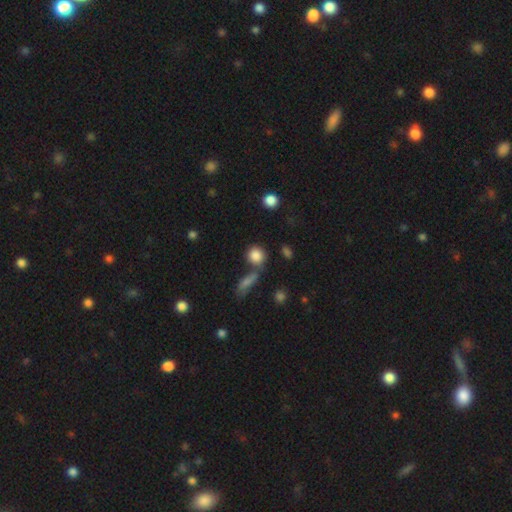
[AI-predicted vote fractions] This appears to be a smooth galaxy with no disk features (84%) that is round (78%). Merging: none (59%).